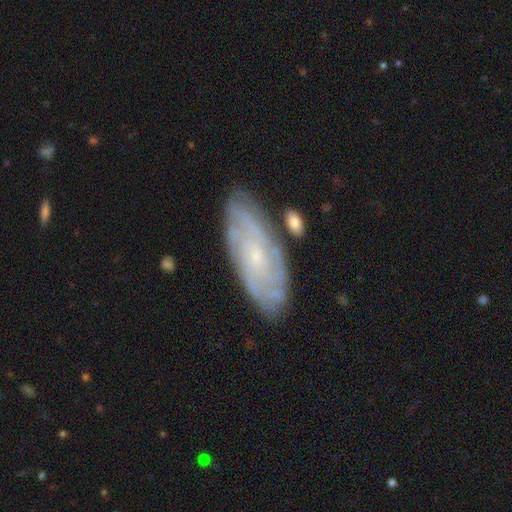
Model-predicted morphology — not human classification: smooth-or-featured: featured or disk: 76% | smooth: 17% | star or artifact: 7%
  disk-edge-on: no: 89% | yes: 11%
    bar: no: 71% | weak: 25% | strong: 5%
    has-spiral-arms: yes: 92% | no: 8%
      spiral-winding: tight: 65% | medium: 27% | loose: 8%
      spiral-arm-count: can't tell: 44% | 4: 18% | 3: 14% | 2: 13% | more than 4: 7% | 1: 5%
    bulge-size: small: 77% | moderate: 17% | none: 5% | large: 1% | dominant: 1%
  merging: none: 78% | minor disturbance: 14% | merger: 4% | major disturbance: 3%